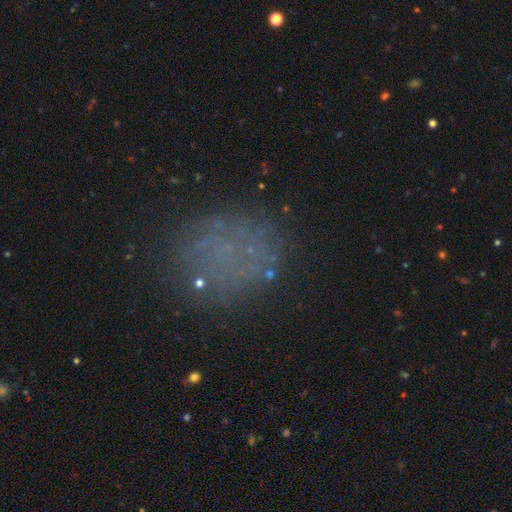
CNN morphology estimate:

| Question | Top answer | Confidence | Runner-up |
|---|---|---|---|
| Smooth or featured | smooth | 50% | star or artifact (27%) |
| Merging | none | 74% | minor disturbance (14%) |